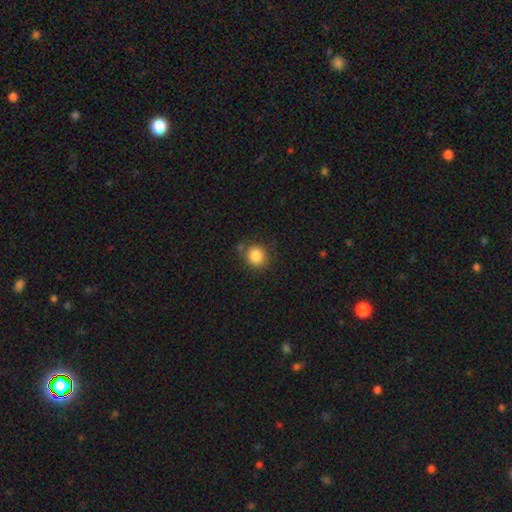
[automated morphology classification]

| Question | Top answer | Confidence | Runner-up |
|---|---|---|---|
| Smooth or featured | smooth | 85% | star or artifact (10%) |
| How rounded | round | 86% | in between (13%) |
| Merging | none | 78% | minor disturbance (14%) |